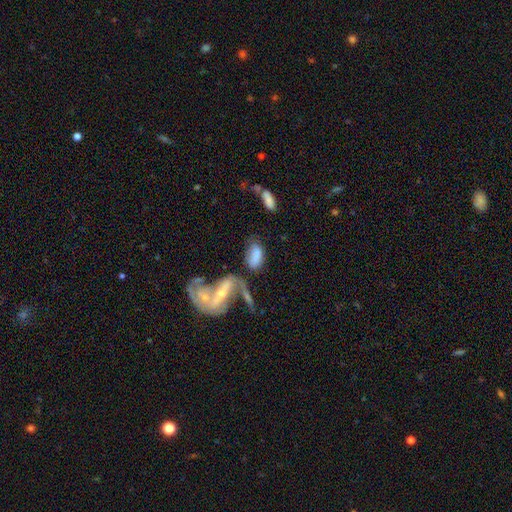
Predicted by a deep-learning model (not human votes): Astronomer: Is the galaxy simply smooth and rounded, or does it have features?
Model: smooth — 72%.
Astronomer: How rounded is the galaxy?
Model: in between — 90%.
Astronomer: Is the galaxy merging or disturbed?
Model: none — 43% (runner-up: merger, 24%).